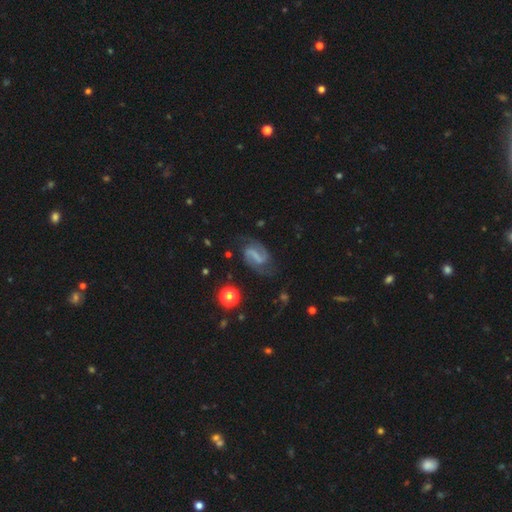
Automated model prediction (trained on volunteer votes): This is clearly a featured or disk galaxy (83%). It is clearly not viewed edge-on (98%). Bar: possibly strong (49%). Spiral arm pattern: clearly yes (95%). Spiral arm count: clearly 2 (91%). Spiral winding: possibly medium (47%). Central bulge: possibly none (57%). Merging: likely none (73%).